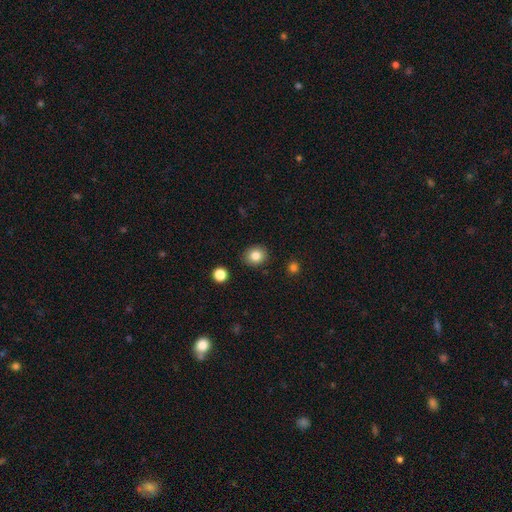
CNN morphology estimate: smooth_or_featured: smooth (p=0.83) [alt: star or artifact p=0.10]
how_rounded: round (p=0.72) [alt: in between p=0.27]
merging: none (p=0.89) [alt: minor disturbance p=0.07]